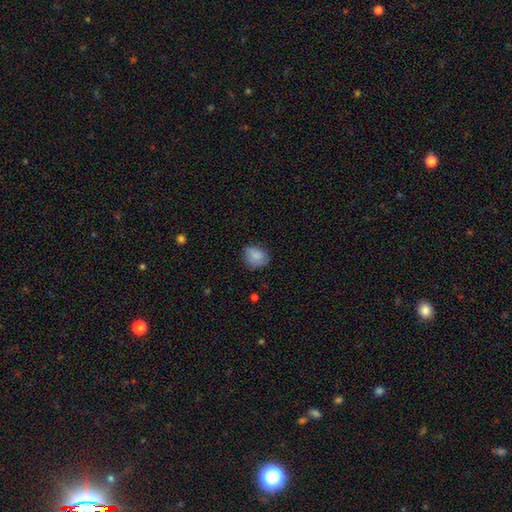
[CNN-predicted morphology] A smooth galaxy with no disk features (86%) that is round (54%).

Vote fractions:
- Smooth or featured? smooth: 86% / star or artifact: 8% / featured or disk: 6%
- How rounded? round: 54% / in between: 45% / cigar-shaped: 1%
- Merging? none: 73% / minor disturbance: 22% / major disturbance: 4% / merger: 1%